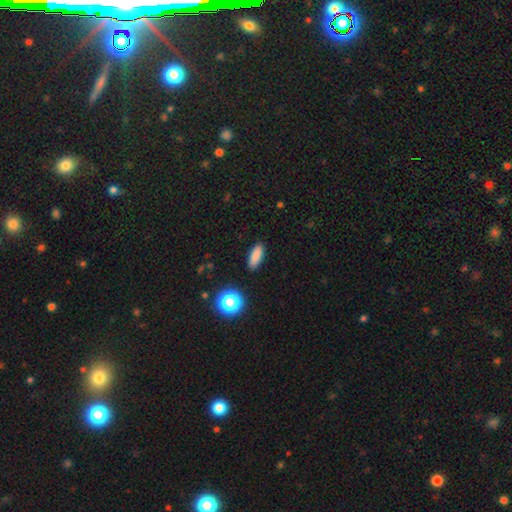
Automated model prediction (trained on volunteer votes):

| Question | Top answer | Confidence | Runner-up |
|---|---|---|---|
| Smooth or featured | smooth | 84% | star or artifact (10%) |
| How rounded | in between | 71% | cigar-shaped (25%) |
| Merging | none | 89% | minor disturbance (8%) |